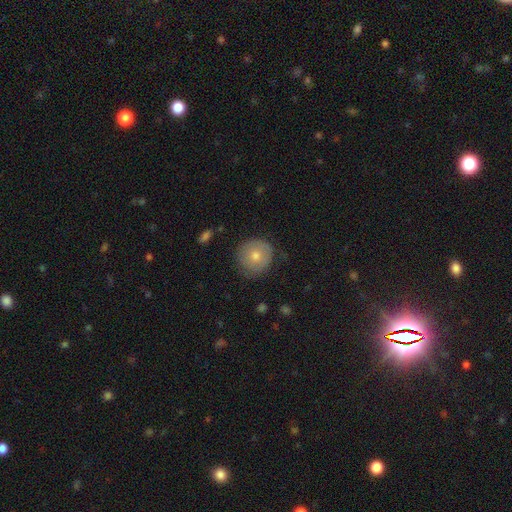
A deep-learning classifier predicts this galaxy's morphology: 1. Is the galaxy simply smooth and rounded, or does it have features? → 63% smooth, 28% featured or disk, 9% star or artifact.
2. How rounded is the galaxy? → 92% round, 7% in between, 1% cigar-shaped.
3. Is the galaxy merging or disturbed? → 82% none, 14% minor disturbance, 3% major disturbance, 1% merger.